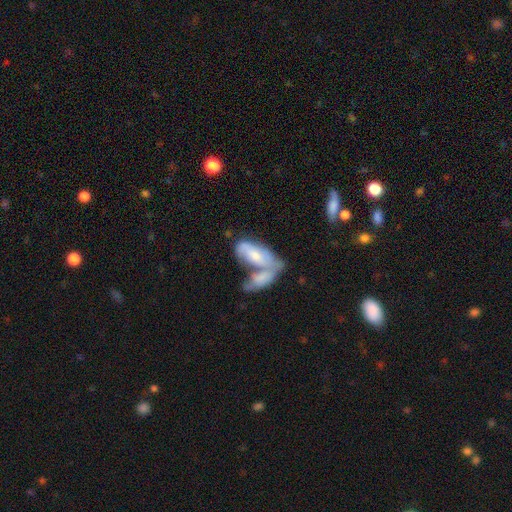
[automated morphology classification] A smooth galaxy with no disk features (49%).

Vote fractions:
- Smooth or featured? smooth: 49% / featured or disk: 44% / star or artifact: 7%
- Merging? merger: 63% / none: 19% / minor disturbance: 11% / major disturbance: 8%